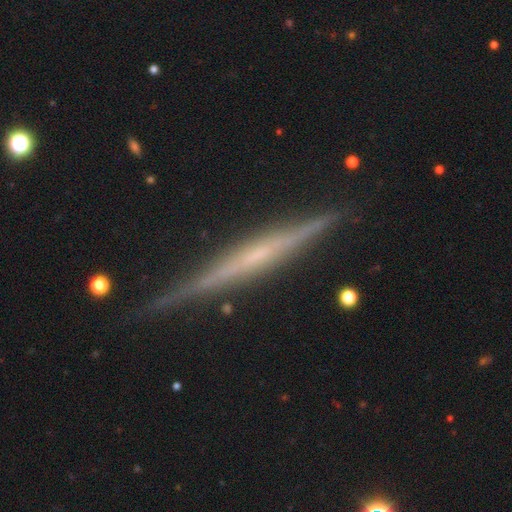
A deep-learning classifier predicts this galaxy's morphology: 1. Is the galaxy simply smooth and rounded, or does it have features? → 80% featured or disk, 14% smooth, 7% star or artifact.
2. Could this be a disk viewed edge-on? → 98% yes, 2% no.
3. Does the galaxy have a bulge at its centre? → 63% none, 25% rounded, 12% boxy.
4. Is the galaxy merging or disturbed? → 88% none, 9% minor disturbance, 2% major disturbance, 1% merger.